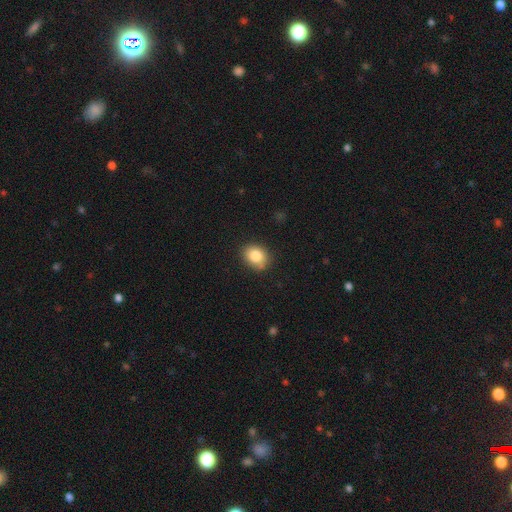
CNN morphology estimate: Q: Smooth or featured?
A: smooth (83%); runner-up: star or artifact (9%)
Q: How rounded?
A: in between (53%); runner-up: round (46%)
Q: Merging?
A: none (80%); runner-up: minor disturbance (16%)